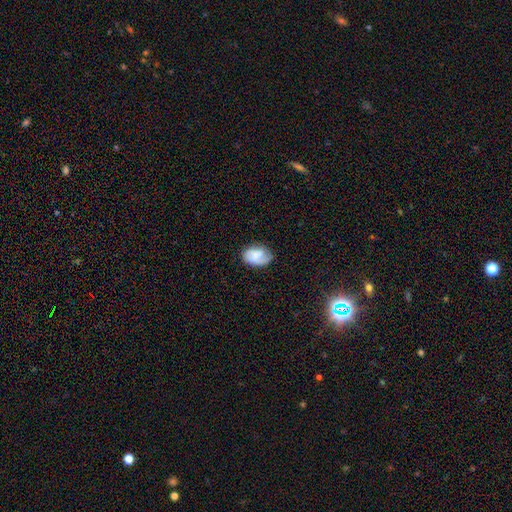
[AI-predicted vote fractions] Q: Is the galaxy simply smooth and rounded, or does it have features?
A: smooth — 62%.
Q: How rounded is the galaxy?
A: in between — 84%.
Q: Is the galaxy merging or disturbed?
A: none — 65%.